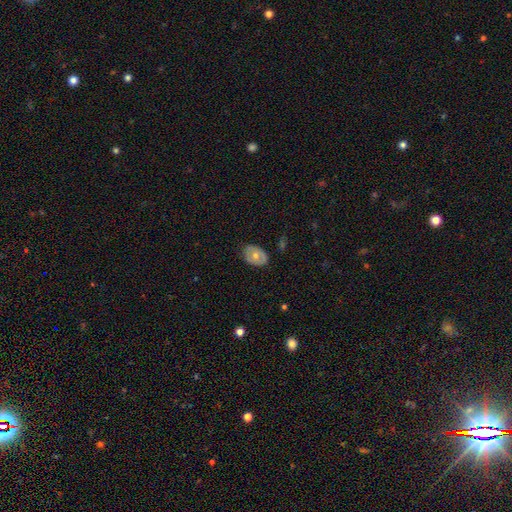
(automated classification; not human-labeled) A smooth galaxy with no disk features (52%) that is in between round and cigar-shaped (71%).

Vote fractions:
- Smooth or featured? smooth: 52% / featured or disk: 42% / star or artifact: 6%
- How rounded? in between: 71% / round: 28% / cigar-shaped: 1%
- Merging? none: 80% / minor disturbance: 16% / major disturbance: 3% / merger: 1%